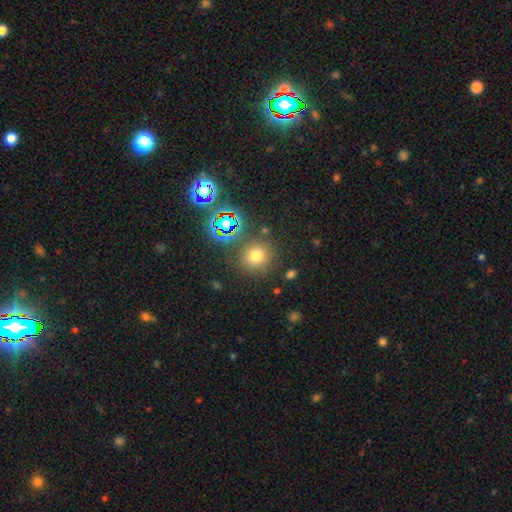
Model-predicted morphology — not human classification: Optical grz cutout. It shows a smooth galaxy with no disk features (68%) that is round (91%). Merging: none (83%).